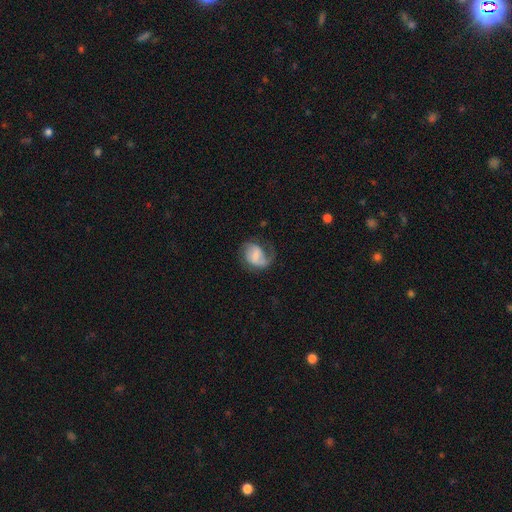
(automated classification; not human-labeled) Smooth or featured? featured or disk (61%)
Edge-on disk? no (98%)
Bar? weak (47%)
Spiral arms? yes (88%)
Spiral winding? medium (43%)
Spiral arm count? 2 (52%)
Bulge size? none (36%)
Merging? none (47%)